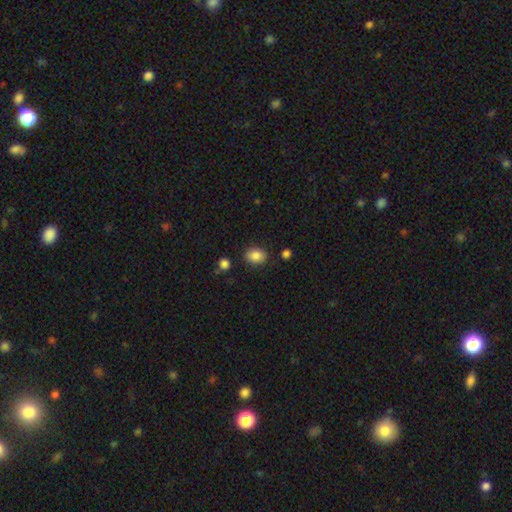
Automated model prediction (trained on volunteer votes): Smooth or featured?
  - smooth: 86% *
  - star or artifact: 9%
  - featured or disk: 5%
How rounded?
  - in between: 63% *
  - round: 36%
  - cigar-shaped: 1%
Merging?
  - none: 83% *
  - minor disturbance: 11%
  - major disturbance: 3%
  - merger: 3%